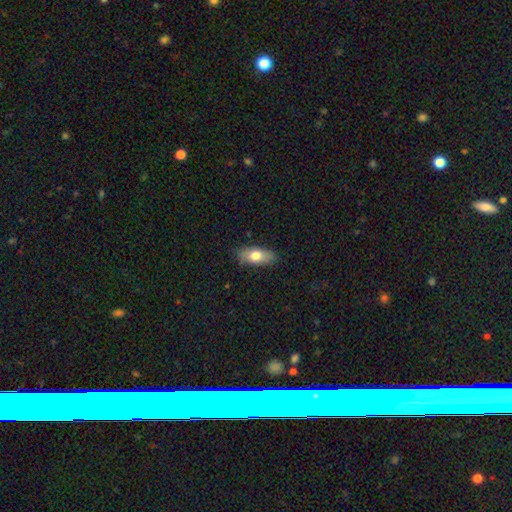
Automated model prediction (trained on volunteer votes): A smooth galaxy with no disk features (74%) that is in between round and cigar-shaped (84%). Merging: none (82%).